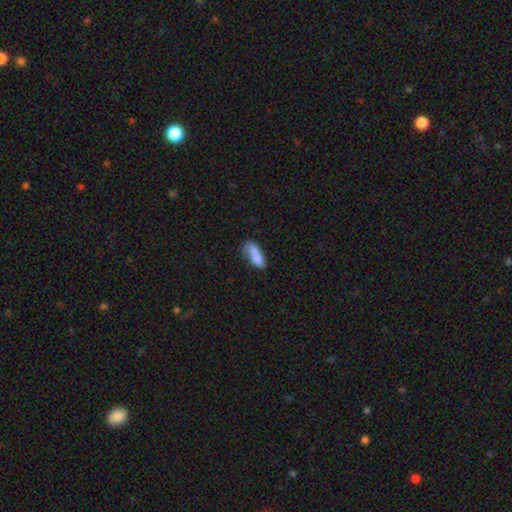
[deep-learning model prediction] smooth-or-featured: smooth: 80% | featured or disk: 12% | star or artifact: 8%
  how-rounded: in between: 61% | cigar-shaped: 36% | round: 2%
  merging: none: 51% | minor disturbance: 28% | major disturbance: 11% | merger: 10%